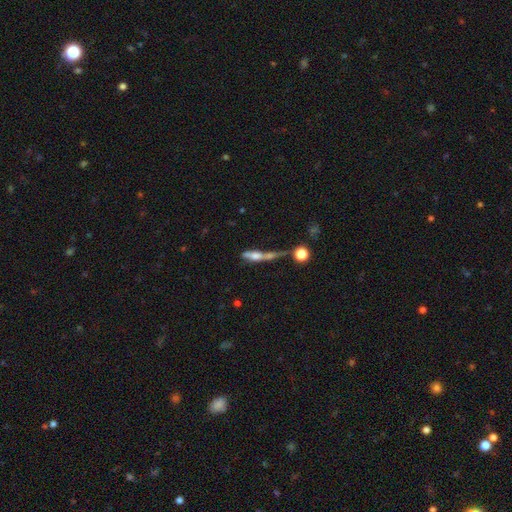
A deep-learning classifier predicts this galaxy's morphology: Smooth or featured? smooth (44%)
Merging? merger (43%)